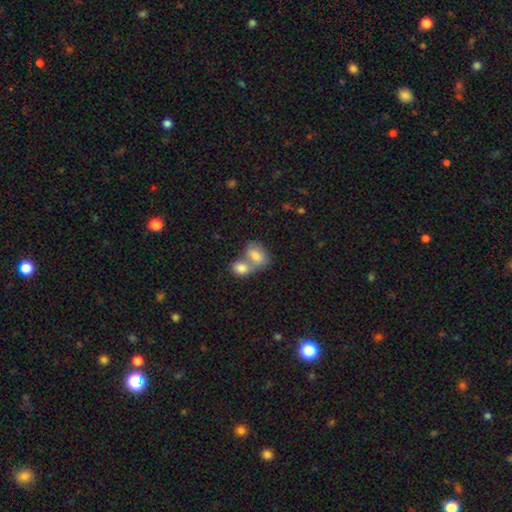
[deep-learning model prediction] This is likely a smooth galaxy (78%). How rounded: clearly in between (84%). Merging: likely merger (69%).